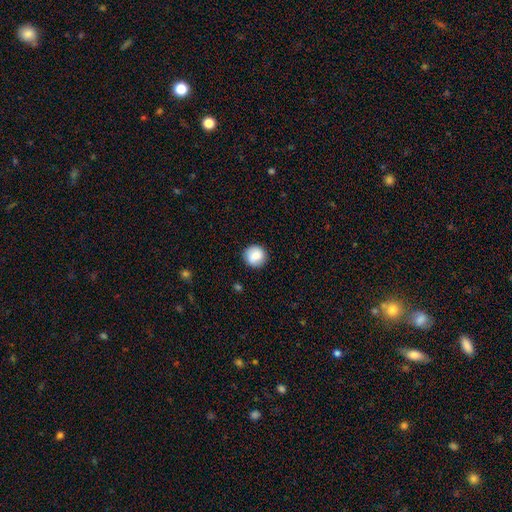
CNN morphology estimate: Overall: smooth (83%). How rounded: round (94%). Merging: none (88%).